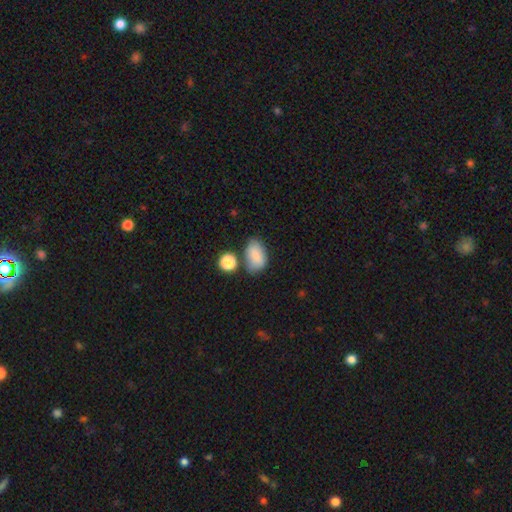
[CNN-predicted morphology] A smooth galaxy with no disk features (84%) that is in between round and cigar-shaped (90%). Merging: none (61%).